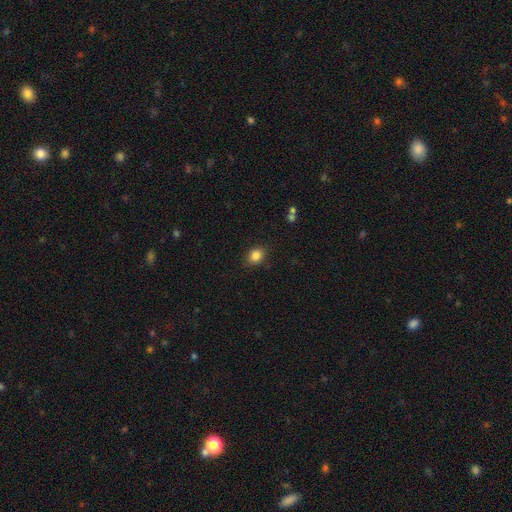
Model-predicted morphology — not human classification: Q: Smooth or featured?
A: smooth (85%); runner-up: star or artifact (10%)
Q: How rounded?
A: round (50%); runner-up: in between (49%)
Q: Merging?
A: none (86%); runner-up: minor disturbance (11%)